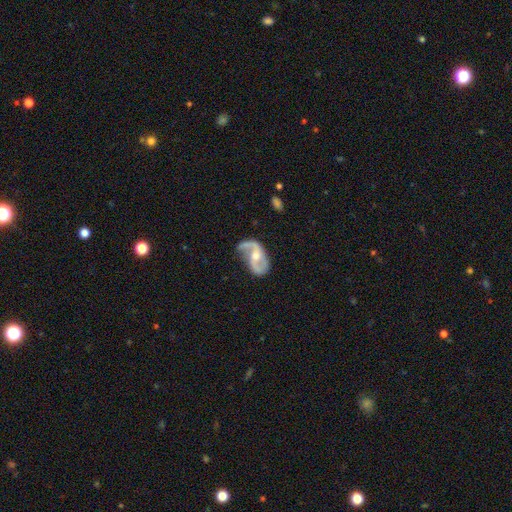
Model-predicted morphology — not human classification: This appears to be a featured or disk galaxy (89%) with no bar (42%), 2 (88%) loose (51%) spiral arms (96%) and a moderate central bulge (62%). Merging: none (59%).